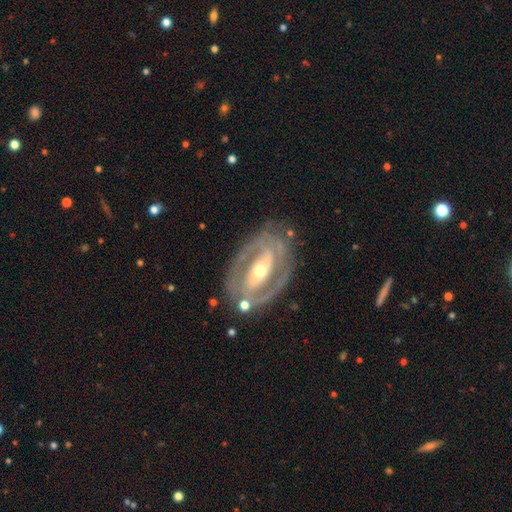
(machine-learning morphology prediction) A featured or disk galaxy (85%) with a strong bar (46%), 2 (68%) tight (57%) spiral arms (71%) and a moderate central bulge (54%).

Vote fractions:
- Smooth or featured? featured or disk: 85% / smooth: 10% / star or artifact: 5%
- Edge-on disk? no: 93% / yes: 7%
- Bar? strong: 46% / weak: 28% / no: 26%
- Spiral arms? yes: 71% / no: 29%
- Spiral winding? tight: 57% / medium: 32% / loose: 11%
- Spiral arm count? 2: 68% / can't tell: 18% / 1: 6% / 3: 5% / 4: 2% / more than 4: 2%
- Bulge size? moderate: 54% / small: 41% / large: 4% / dominant: 1% / none: 1%
- Merging? none: 75% / minor disturbance: 15% / major disturbance: 8% / merger: 3%